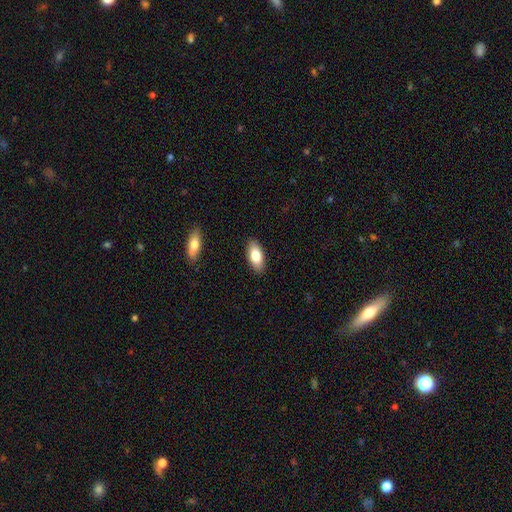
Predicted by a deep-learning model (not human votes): A smooth galaxy with no disk features (78%) that is in between round and cigar-shaped (89%).

Vote fractions:
- Smooth or featured? smooth: 78% / featured or disk: 15% / star or artifact: 7%
- How rounded? in between: 89% / cigar-shaped: 9% / round: 3%
- Merging? none: 89% / minor disturbance: 8% / major disturbance: 2% / merger: 1%